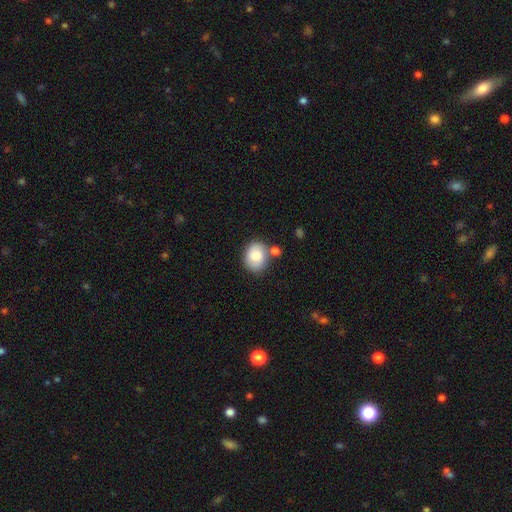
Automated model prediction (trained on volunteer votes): Morphology: type=smooth (78%); roundness=round (50%); merging=none (63%).